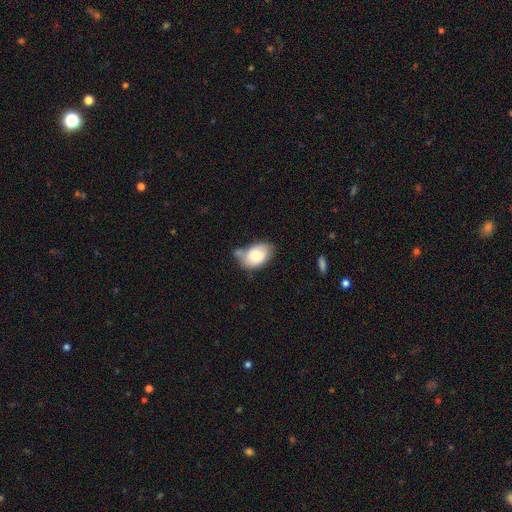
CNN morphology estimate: smooth 71%, featured or disk 22%, star or artifact 7%. Down the decision tree: how rounded — in between (86%); merging — none (41%).